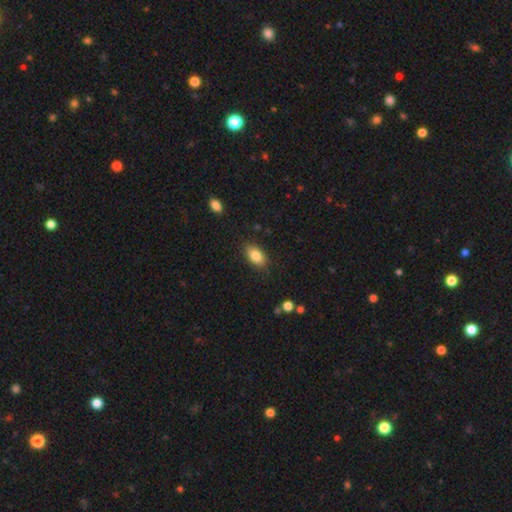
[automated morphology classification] smooth_or_featured: smooth (p=0.85) [alt: star or artifact p=0.08]
how_rounded: in between (p=0.90) [alt: round p=0.08]
merging: none (p=0.85) [alt: minor disturbance p=0.11]